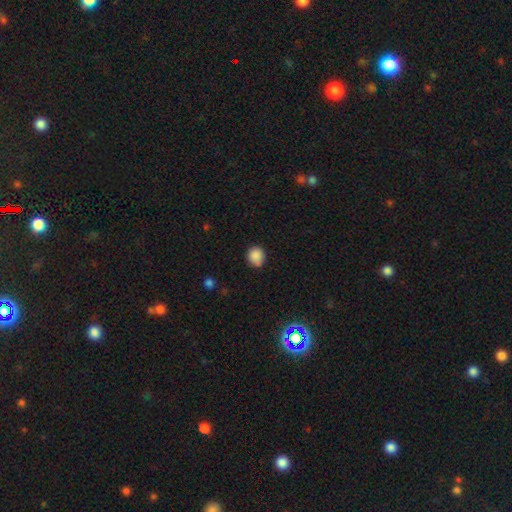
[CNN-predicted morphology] A smooth galaxy with no disk features (86%) that is round (80%).

Vote fractions:
- Smooth or featured? smooth: 86% / star or artifact: 10% / featured or disk: 5%
- How rounded? round: 80% / in between: 19% / cigar-shaped: 1%
- Merging? none: 75% / minor disturbance: 19% / major disturbance: 3% / merger: 2%